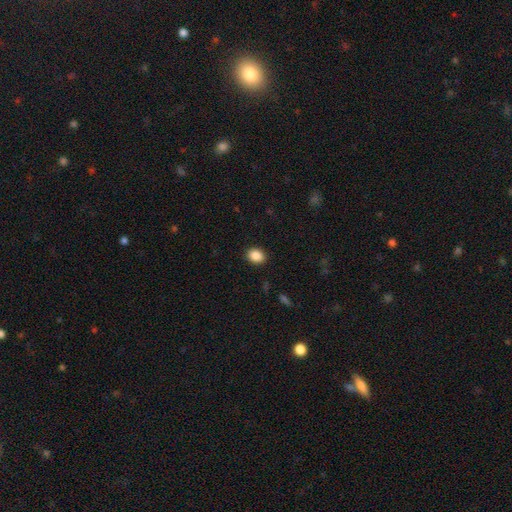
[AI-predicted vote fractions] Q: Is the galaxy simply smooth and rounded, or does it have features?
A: smooth — 88%.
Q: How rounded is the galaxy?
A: in between — 54%.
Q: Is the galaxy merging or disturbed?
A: none — 91%.